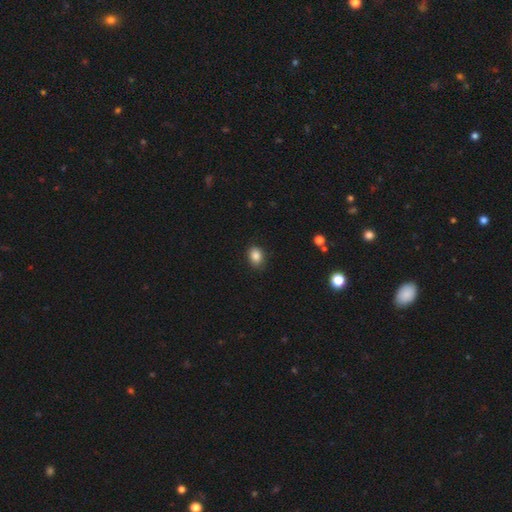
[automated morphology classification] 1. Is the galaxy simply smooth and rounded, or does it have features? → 86% smooth, 10% star or artifact, 4% featured or disk.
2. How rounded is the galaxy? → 60% in between, 39% round, 1% cigar-shaped.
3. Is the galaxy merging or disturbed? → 84% none, 12% minor disturbance, 2% major disturbance, 1% merger.